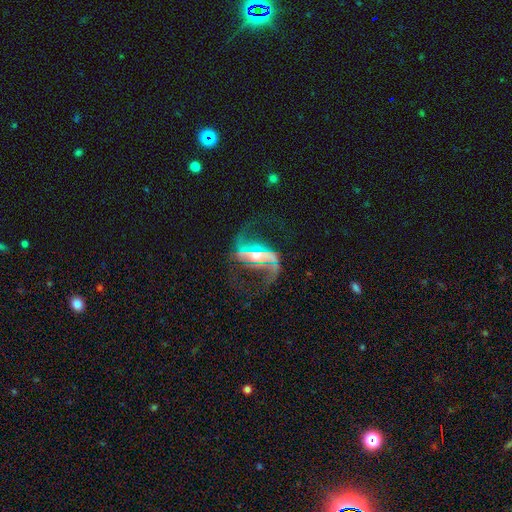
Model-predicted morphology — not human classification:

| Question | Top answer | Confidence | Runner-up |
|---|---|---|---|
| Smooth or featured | featured or disk | 85% | star or artifact (9%) |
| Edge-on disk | no | 92% | yes (8%) |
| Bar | strong | 49% | weak (30%) |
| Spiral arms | yes | 90% | no (10%) |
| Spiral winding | loose | 68% | medium (25%) |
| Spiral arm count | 2 | 89% | 1 (4%) |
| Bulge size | moderate | 45% | small (42%) |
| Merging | none | 58% | major disturbance (23%) |